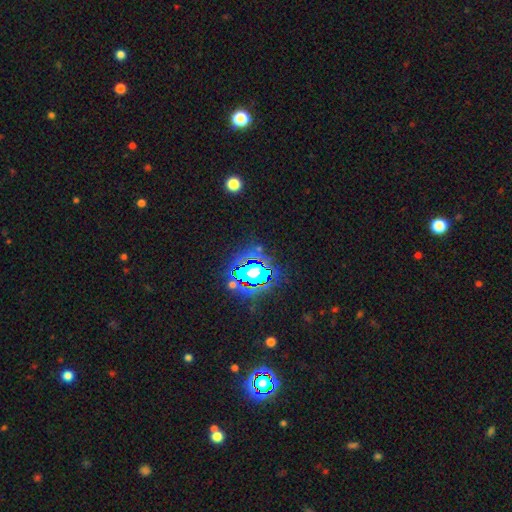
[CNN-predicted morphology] Q: Smooth or featured?
A: star or artifact (83%); runner-up: smooth (10%)